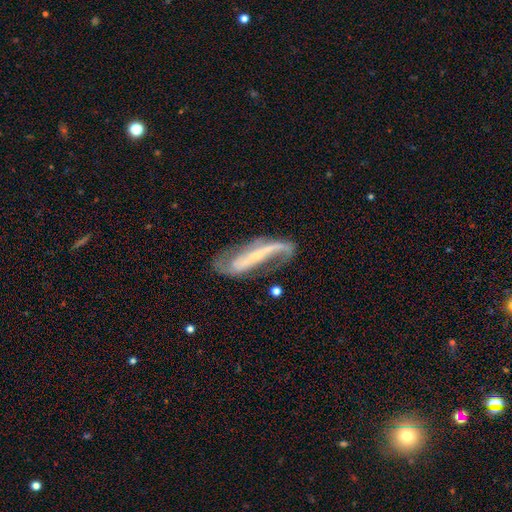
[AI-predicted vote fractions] This is clearly a featured or disk galaxy (83%). It is clearly not viewed edge-on (82%). Bar: possibly strong (58%). Spiral arm pattern: clearly yes (90%). Spiral arm count: clearly 2 (82%). Spiral winding: possibly loose (54%). Central bulge: likely small (71%). Merging: possibly none (56%).